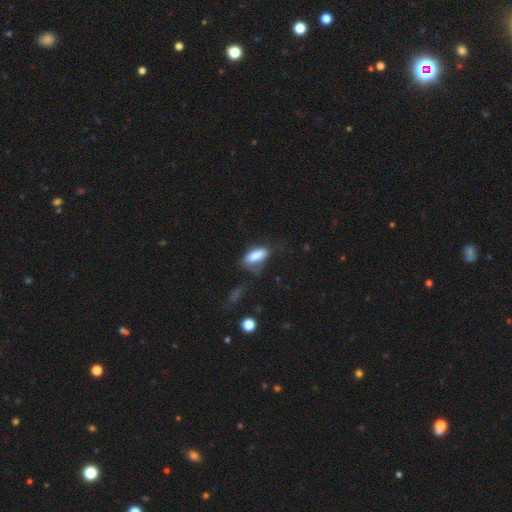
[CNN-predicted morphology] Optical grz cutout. It shows a smooth galaxy with no disk features (81%) that is in between round and cigar-shaped (86%). Merging: none (39%).